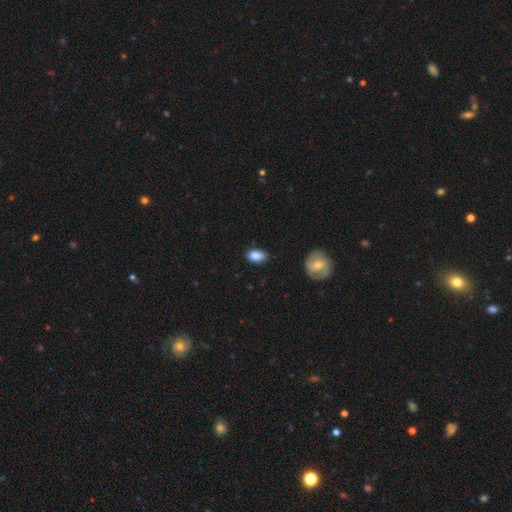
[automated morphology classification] Smooth or featured? Predicted: smooth (p=0.85). How rounded? Predicted: in between (p=0.88). Merging? Predicted: none (p=0.82).